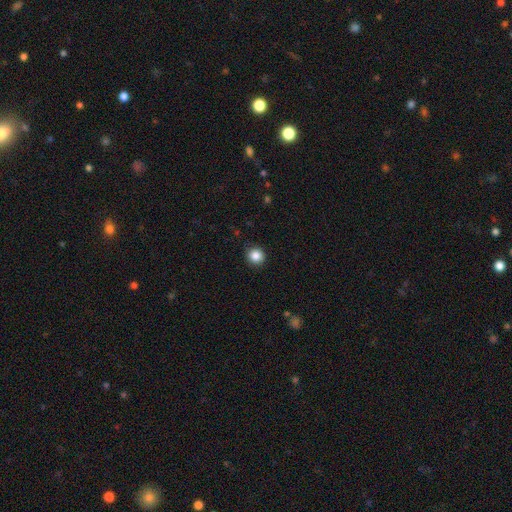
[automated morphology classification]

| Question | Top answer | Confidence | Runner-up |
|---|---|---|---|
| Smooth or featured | smooth | 85% | star or artifact (10%) |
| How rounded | round | 92% | in between (8%) |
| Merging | none | 91% | minor disturbance (7%) |